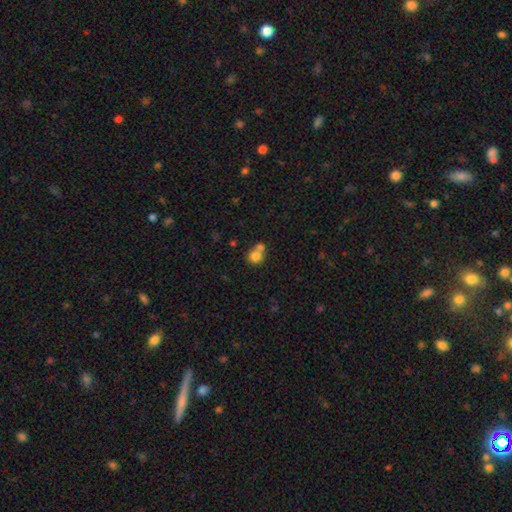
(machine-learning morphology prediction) Overall: smooth (80%). How rounded: round (86%). Merging: merger (47%; none 43%).